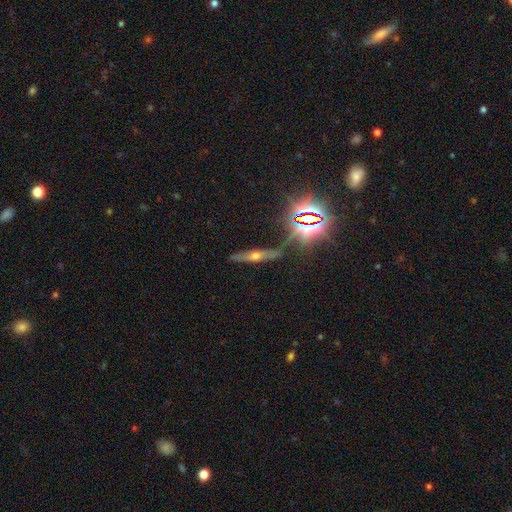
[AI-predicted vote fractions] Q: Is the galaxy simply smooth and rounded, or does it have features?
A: featured or disk — 53%.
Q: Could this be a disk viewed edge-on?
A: yes — 88%.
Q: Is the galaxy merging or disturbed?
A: none — 80%.